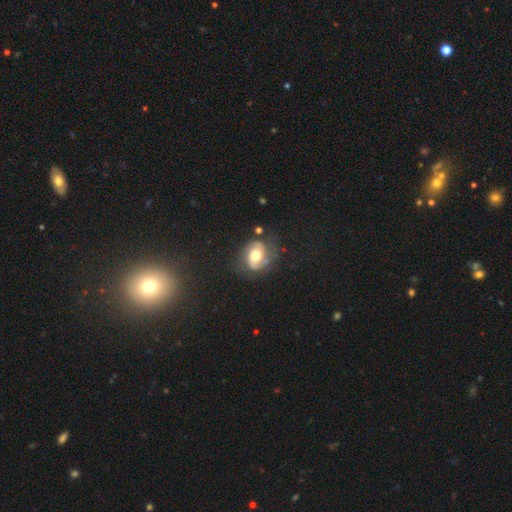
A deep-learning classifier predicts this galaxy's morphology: Smooth or featured?
  - featured or disk: 61% *
  - smooth: 31%
  - star or artifact: 9%
Edge-on disk?
  - no: 97% *
  - yes: 3%
Bar?
  - no: 60% *
  - weak: 30%
  - strong: 10%
Spiral arms?
  - yes: 83% *
  - no: 17%
Bulge size?
  - moderate: 64% *
  - large: 24%
  - small: 9%
  - dominant: 2%
  - none: 1%
Merging?
  - none: 61% *
  - minor disturbance: 22%
  - major disturbance: 14%
  - merger: 3%